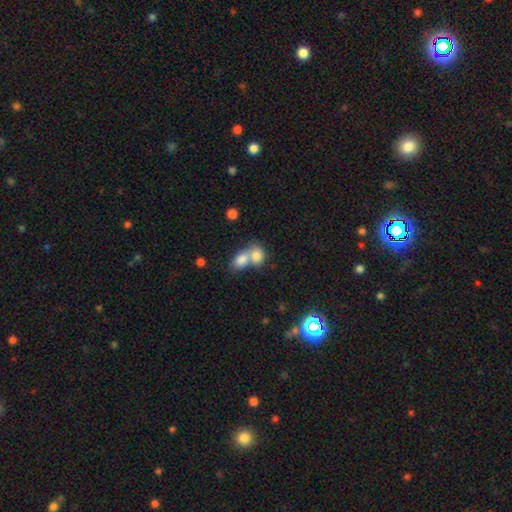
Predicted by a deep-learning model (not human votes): This appears to be a smooth galaxy with no disk features (80%) that is in between round and cigar-shaped (67%). Merging: merger (70%).